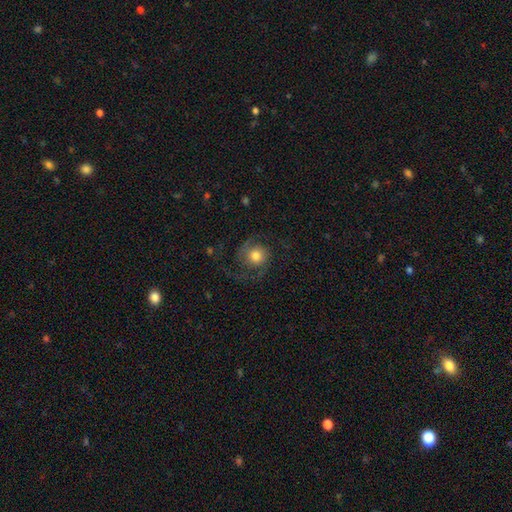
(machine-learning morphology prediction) Overall: featured or disk (56%; smooth 35%). Edge-on disk: no (97%). Bar: no (77%). Spiral arms: yes (88%). Bulge size: moderate (59%; large 21%). Merging: none (57%; major disturbance 25%).